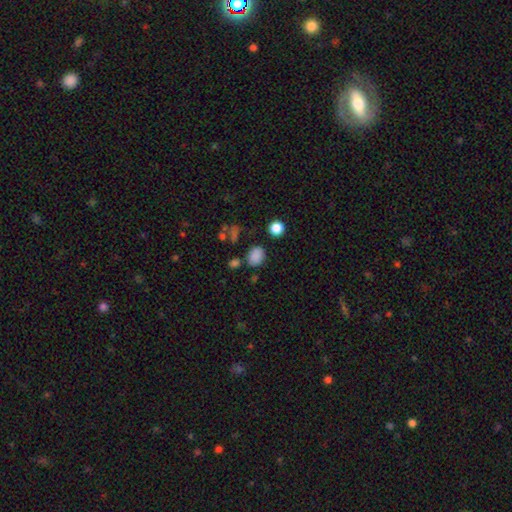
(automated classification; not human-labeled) This is clearly a smooth galaxy (82%). How rounded: likely in between (65%). Merging: likely none (74%).